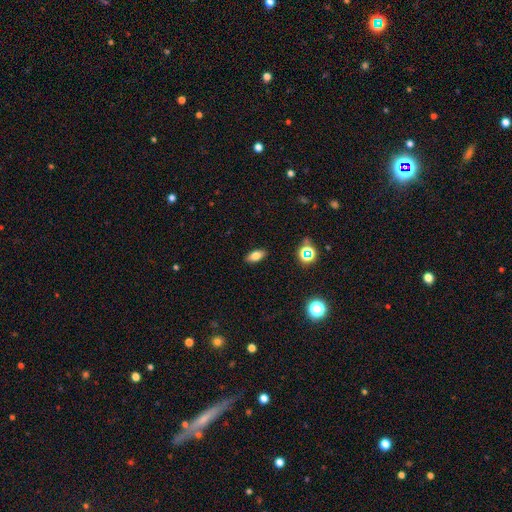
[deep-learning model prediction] This appears to be a smooth galaxy with no disk features (74%) that is in between round and cigar-shaped (86%). Merging: none (88%).